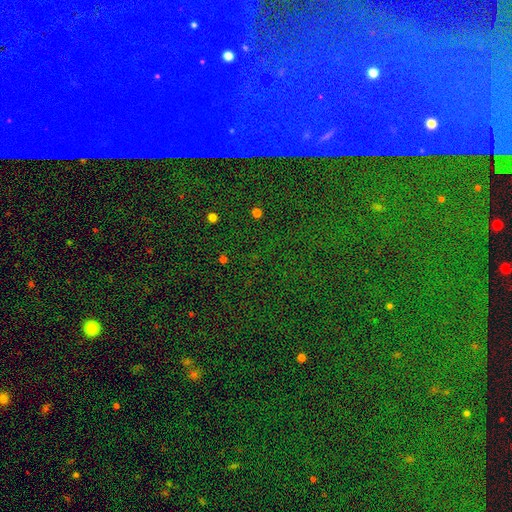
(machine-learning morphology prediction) Smooth or featured: star or artifact — 78% (featured or disk — 11%)